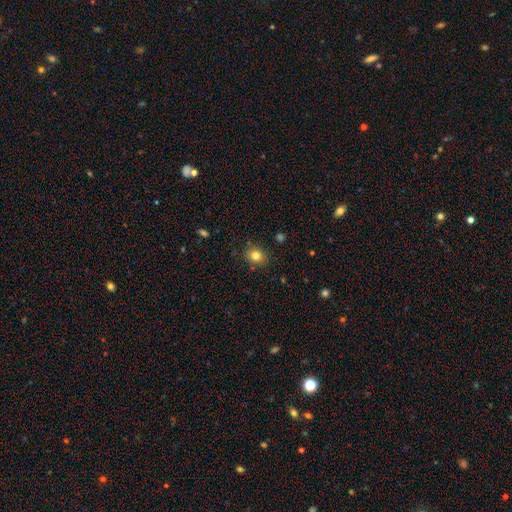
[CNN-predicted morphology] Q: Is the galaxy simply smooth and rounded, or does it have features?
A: smooth — 81%.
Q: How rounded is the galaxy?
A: round — 64%.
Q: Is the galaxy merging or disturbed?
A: none — 87%.